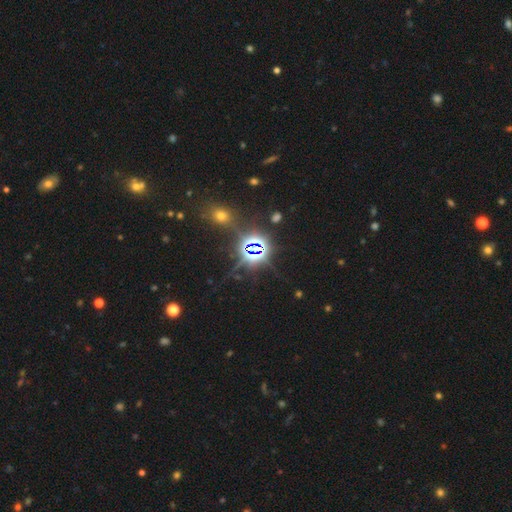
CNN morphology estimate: Smooth or featured? Predicted: star or artifact (p=0.82).